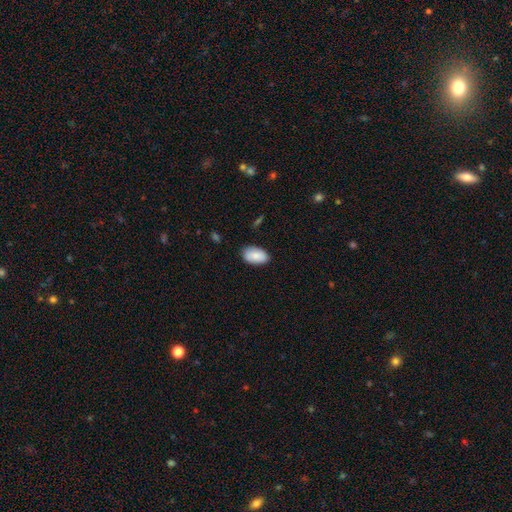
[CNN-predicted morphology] Smooth or featured?
  - smooth: 86% *
  - featured or disk: 8%
  - star or artifact: 6%
How rounded?
  - in between: 94% *
  - round: 4%
  - cigar-shaped: 1%
Merging?
  - none: 83% *
  - minor disturbance: 14%
  - major disturbance: 2%
  - merger: 1%